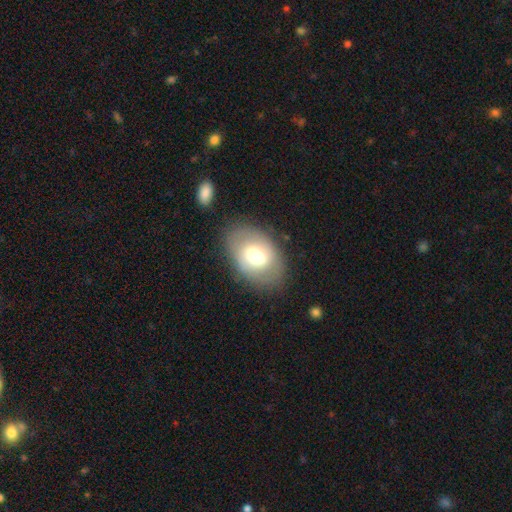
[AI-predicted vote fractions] This appears to be a smooth galaxy with no disk features (63%) that is in between round and cigar-shaped (80%). Merging: none (78%).